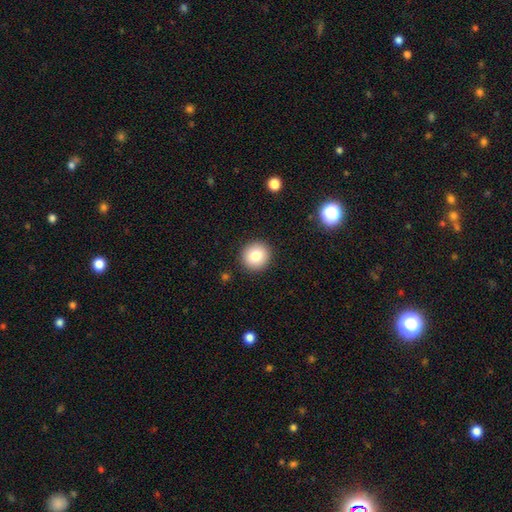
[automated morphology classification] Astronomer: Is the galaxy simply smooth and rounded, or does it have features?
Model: smooth — 81%.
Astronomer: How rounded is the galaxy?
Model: round — 92%.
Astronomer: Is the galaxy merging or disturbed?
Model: none — 91%.